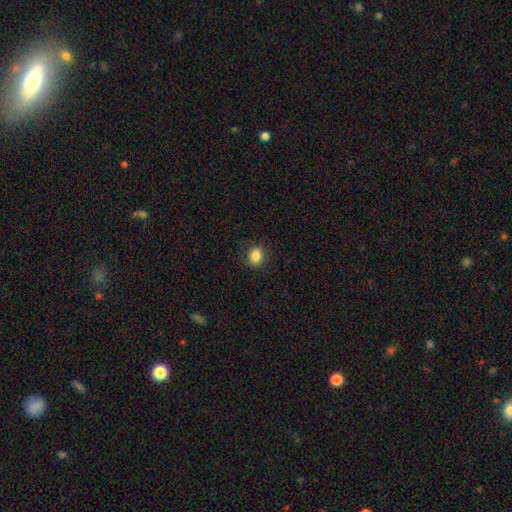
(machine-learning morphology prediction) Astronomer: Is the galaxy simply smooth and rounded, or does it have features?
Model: smooth — 85%.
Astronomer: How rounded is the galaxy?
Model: round — 70%.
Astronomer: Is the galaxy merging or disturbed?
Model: none — 85%.